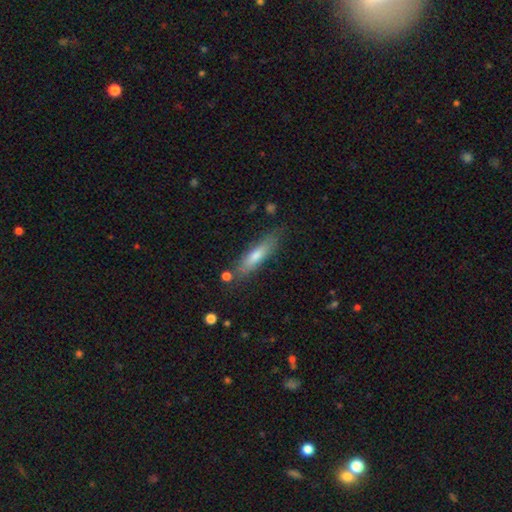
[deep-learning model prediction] Q: Smooth or featured?
A: smooth (66%); runner-up: featured or disk (28%)
Q: How rounded?
A: cigar-shaped (76%); runner-up: in between (22%)
Q: Merging?
A: none (77%); runner-up: minor disturbance (16%)